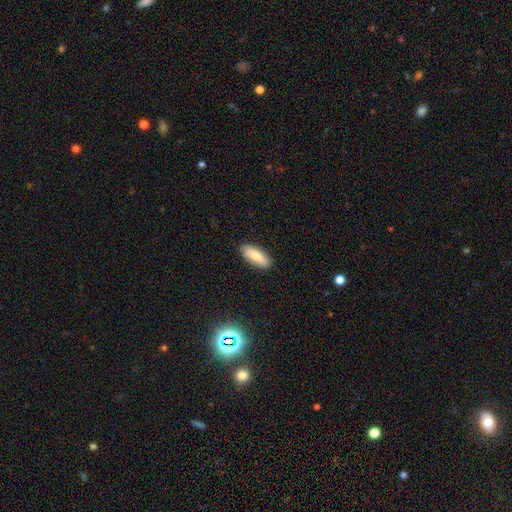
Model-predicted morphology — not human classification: The model was most divided on "how rounded": in between: 71%, cigar-shaped: 27%, round: 2%. More confident: merging — none (87%); smooth or featured — smooth (75%).